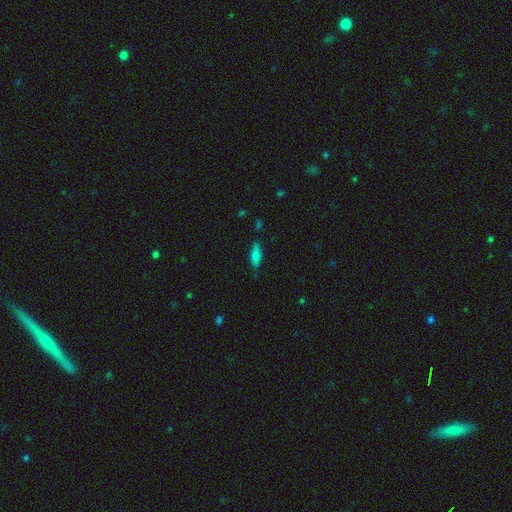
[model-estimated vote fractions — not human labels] Smooth or featured: smooth — 78% (featured or disk — 14%)
How rounded: in between — 53% (cigar-shaped — 44%)
Merging: none — 73% (minor disturbance — 20%)